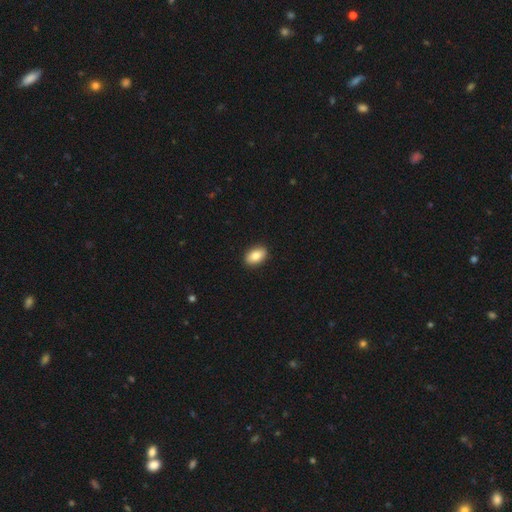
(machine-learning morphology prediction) This is clearly a smooth galaxy (85%). How rounded: clearly in between (89%). Merging: clearly none (91%).